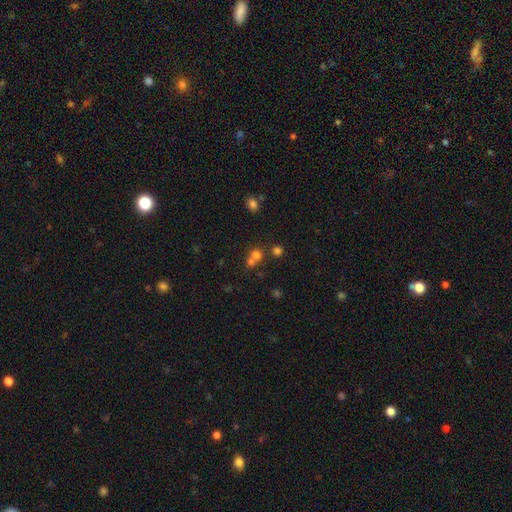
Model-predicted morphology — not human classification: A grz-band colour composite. It shows a smooth galaxy with no disk features (64%) that is round (84%). Merging: none (46%).